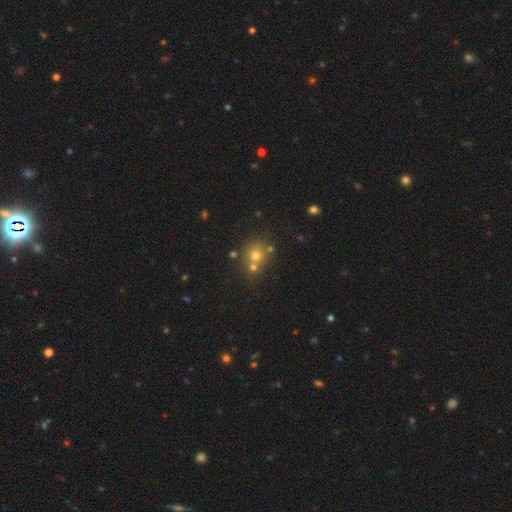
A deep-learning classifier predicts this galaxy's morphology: Smooth or featured: smooth — 64% (star or artifact — 21%)
How rounded: round — 82% (in between — 17%)
Merging: none — 54% (merger — 34%)